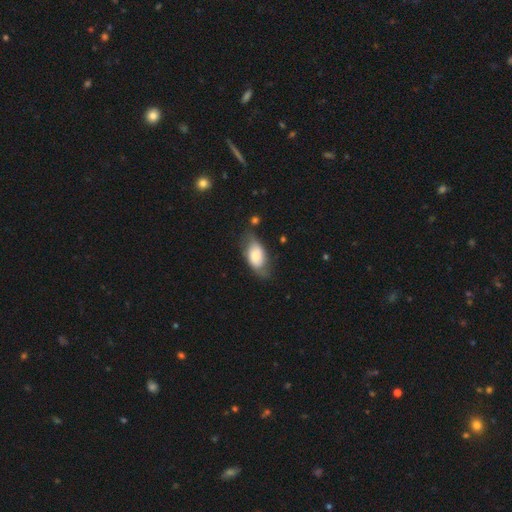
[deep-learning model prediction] A smooth galaxy with no disk features (63%) that is in between round and cigar-shaped (90%).

Vote fractions:
- Smooth or featured? smooth: 63% / featured or disk: 30% / star or artifact: 7%
- How rounded? in between: 90% / round: 6% / cigar-shaped: 4%
- Merging? none: 59% / minor disturbance: 28% / major disturbance: 10% / merger: 3%